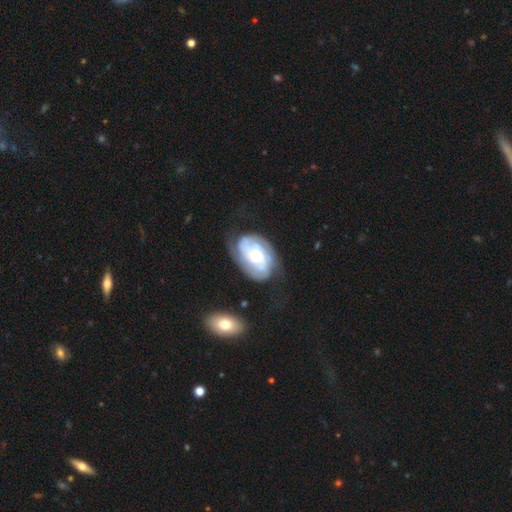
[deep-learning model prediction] Smooth or featured? Predicted: featured or disk (p=0.79). Edge-on disk? Predicted: no (p=0.97). Bar? Predicted: no (p=0.61). Spiral arms? Predicted: yes (p=0.93). Spiral winding? Predicted: tight (p=0.52). Spiral arm count? Predicted: 2 (p=0.42). Bulge size? Predicted: moderate (p=0.41). Merging? Predicted: none (p=0.59).